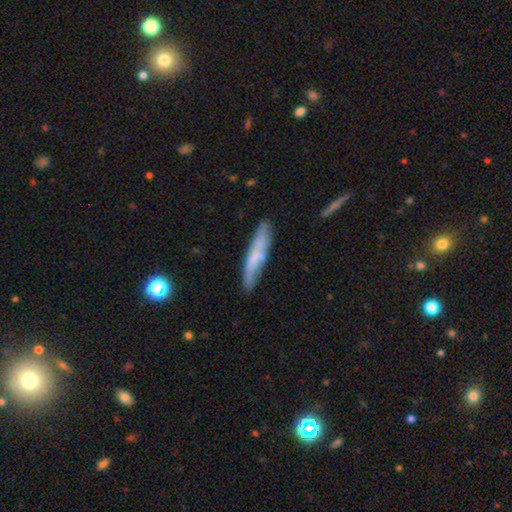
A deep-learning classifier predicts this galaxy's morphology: smooth_or_featured: smooth (p=0.56) [alt: featured or disk p=0.37]
how_rounded: cigar-shaped (p=0.85) [alt: in between p=0.14]
merging: none (p=0.72) [alt: minor disturbance p=0.20]